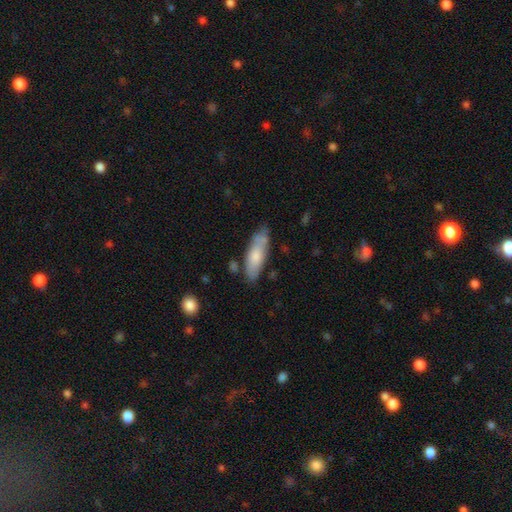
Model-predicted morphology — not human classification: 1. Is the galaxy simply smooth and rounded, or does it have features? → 71% smooth, 24% featured or disk, 6% star or artifact.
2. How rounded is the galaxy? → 53% in between, 45% cigar-shaped, 2% round.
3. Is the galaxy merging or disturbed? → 65% none, 24% minor disturbance, 6% merger, 5% major disturbance.